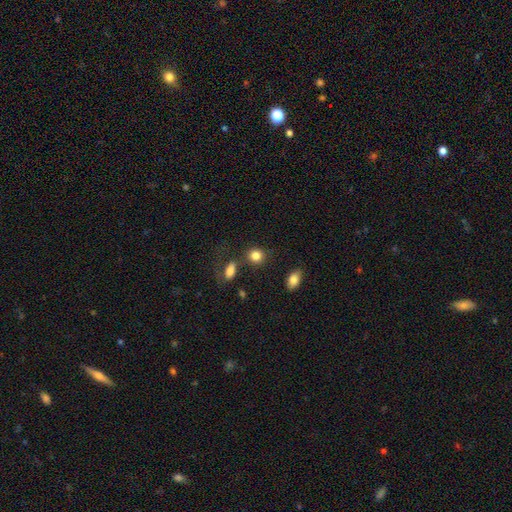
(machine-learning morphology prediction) Overall: smooth (84%). How rounded: round (76%). Merging: none (73%).